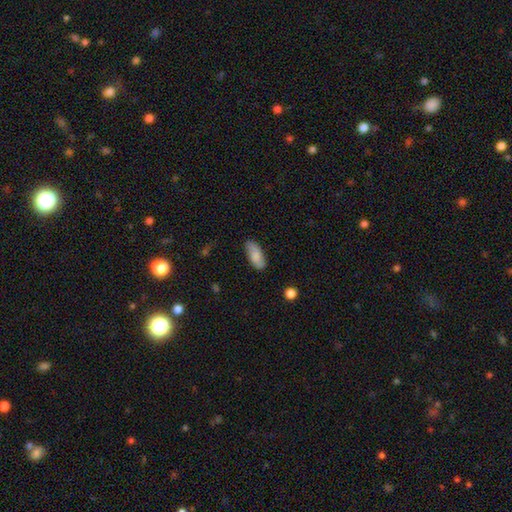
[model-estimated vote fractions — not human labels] Smooth or featured: smooth — 80% (featured or disk — 13%)
How rounded: in between — 83% (cigar-shaped — 15%)
Merging: none — 79% (minor disturbance — 16%)